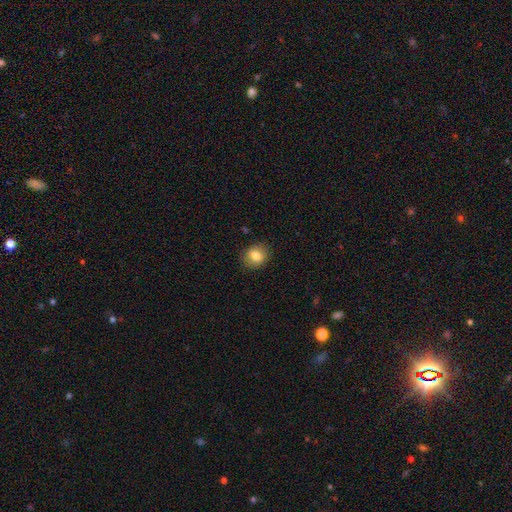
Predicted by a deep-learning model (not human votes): smooth 81%, featured or disk 10%, star or artifact 9%. Down the decision tree: how rounded — round (60%); merging — none (87%).